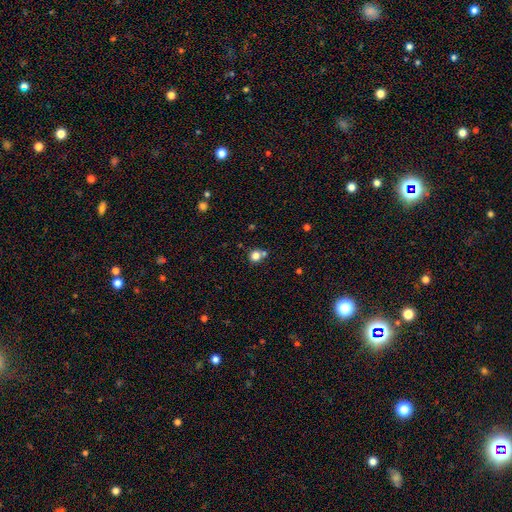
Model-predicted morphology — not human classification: This appears to be a smooth galaxy with no disk features (80%) that is round (89%). Merging: none (65%).